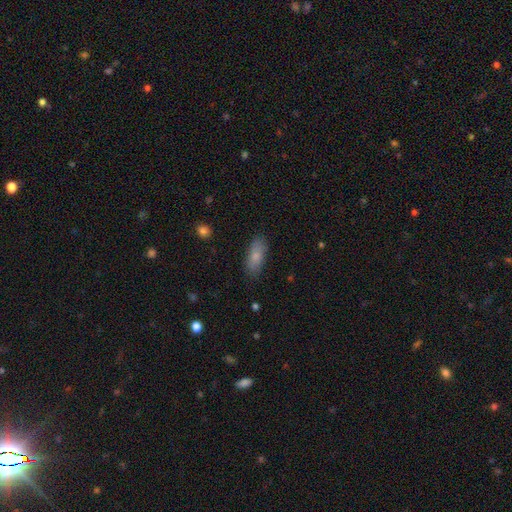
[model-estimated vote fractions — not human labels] Morphology: type=smooth (79%); roundness=in between (73%); merging=none (83%).